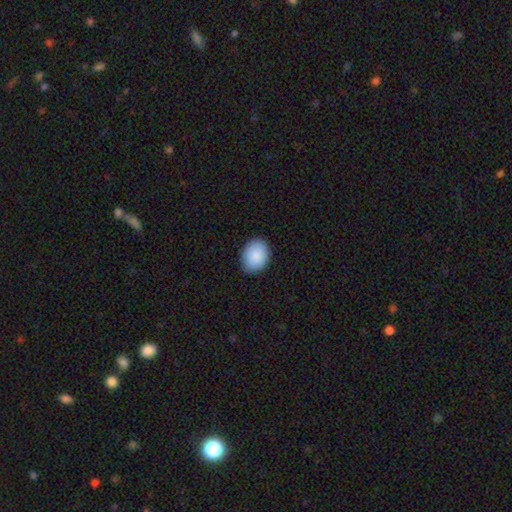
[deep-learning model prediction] This is clearly a smooth galaxy (90%). How rounded: likely in between (65%). Merging: clearly none (87%).